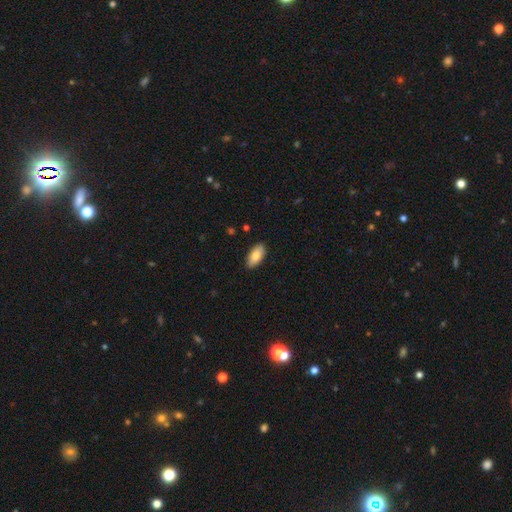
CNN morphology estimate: This is likely a smooth galaxy (79%). How rounded: clearly in between (92%). Merging: clearly none (88%).